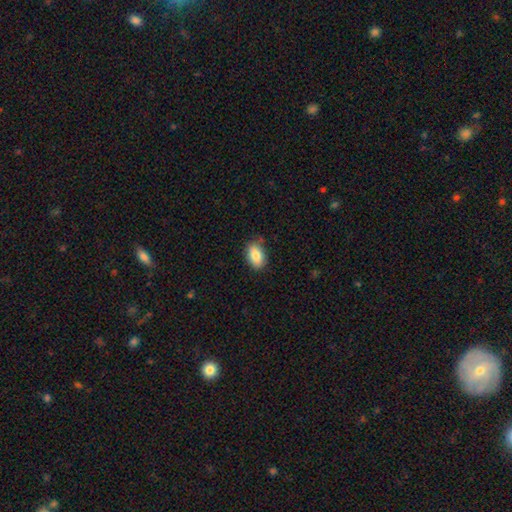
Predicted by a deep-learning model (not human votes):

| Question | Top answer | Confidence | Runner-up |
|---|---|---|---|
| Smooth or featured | smooth | 85% | star or artifact (8%) |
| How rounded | in between | 89% | round (9%) |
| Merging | none | 79% | minor disturbance (16%) |